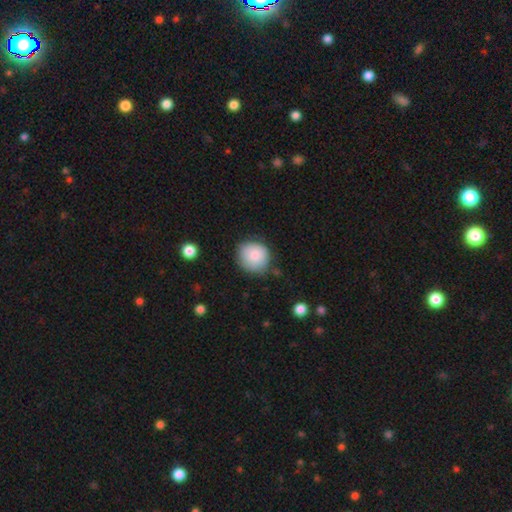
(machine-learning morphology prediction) A smooth galaxy with no disk features (82%) that is round (88%). Merging: none (73%).